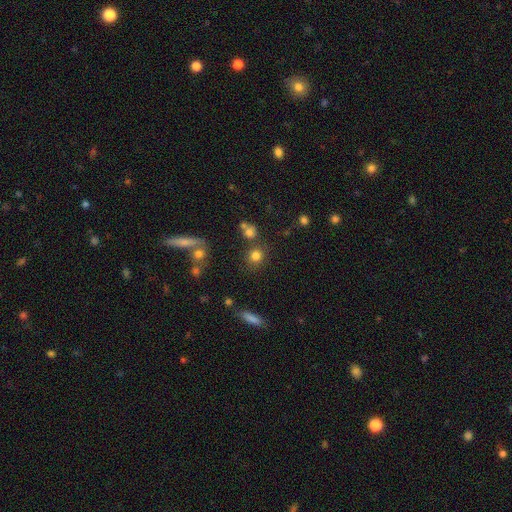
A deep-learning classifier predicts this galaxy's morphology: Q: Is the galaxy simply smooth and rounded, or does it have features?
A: smooth — 78%.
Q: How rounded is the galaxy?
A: round — 86%.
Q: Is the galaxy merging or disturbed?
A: none — 74%.